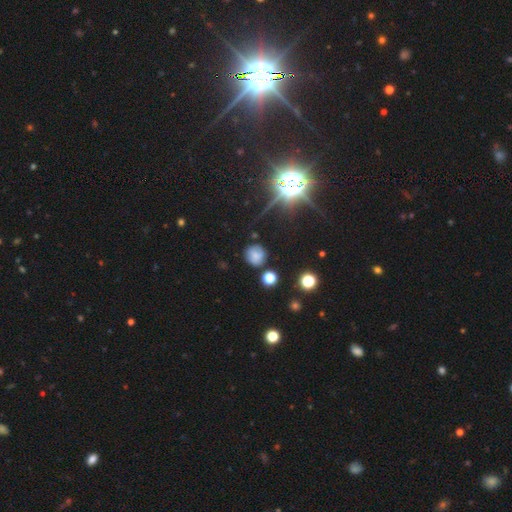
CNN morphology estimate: Overall: smooth (70%). How rounded: round (86%). Merging: none (77%).